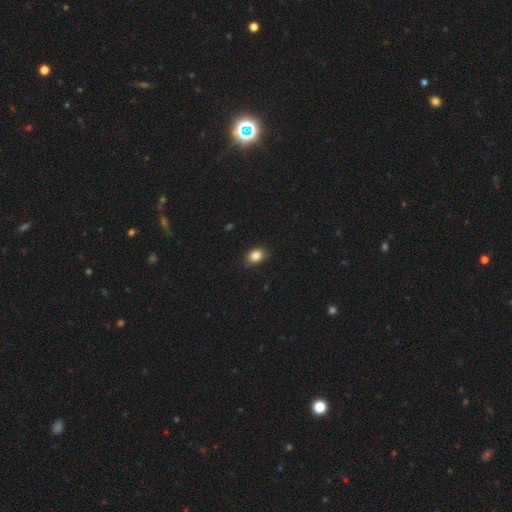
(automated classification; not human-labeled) Morphology: type=smooth (86%); roundness=in between (65%); merging=none (83%).